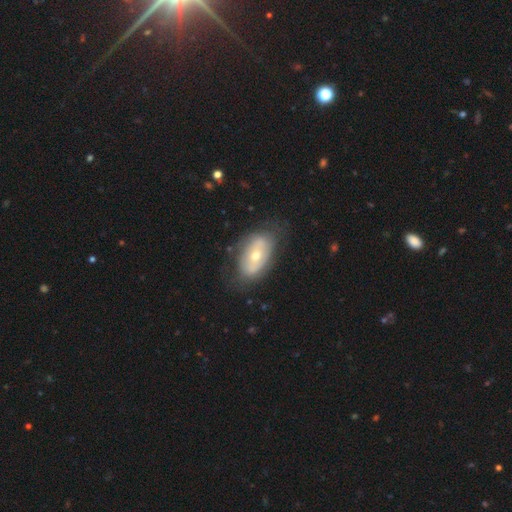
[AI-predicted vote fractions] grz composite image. It shows a featured or disk galaxy (52%). Merging: none (69%).